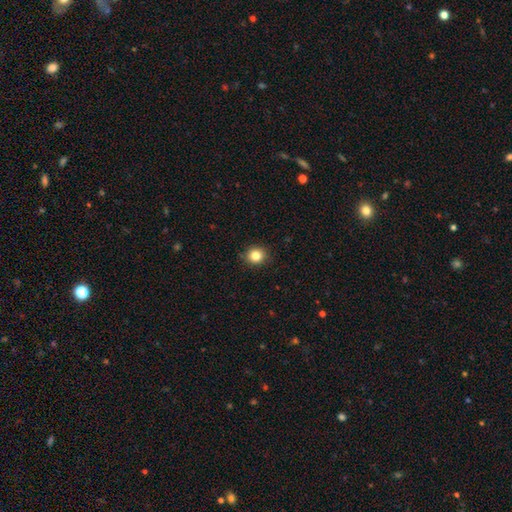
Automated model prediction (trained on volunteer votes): This appears to be a smooth galaxy with no disk features (84%) that is round (87%). Merging: none (90%).